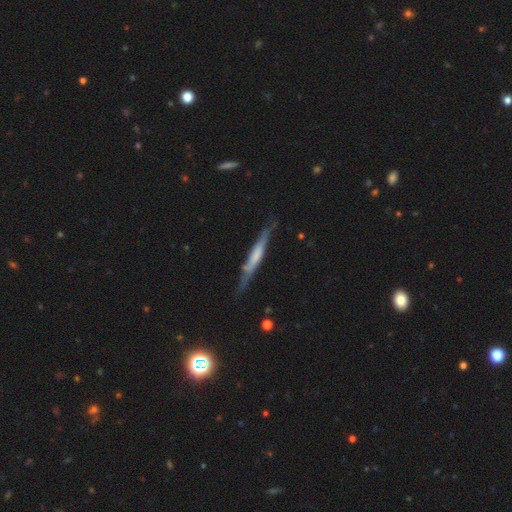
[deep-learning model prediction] Smooth or featured? featured or disk (57%)
Edge-on disk? yes (89%)
Edge-on bulge? none (50%)
Merging? none (67%)